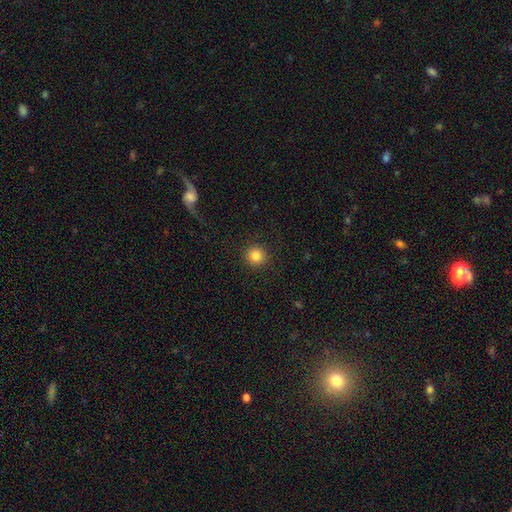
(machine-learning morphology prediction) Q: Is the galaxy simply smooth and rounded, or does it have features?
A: smooth — 85%.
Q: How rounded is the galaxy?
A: round — 95%.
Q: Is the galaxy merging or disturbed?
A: none — 92%.